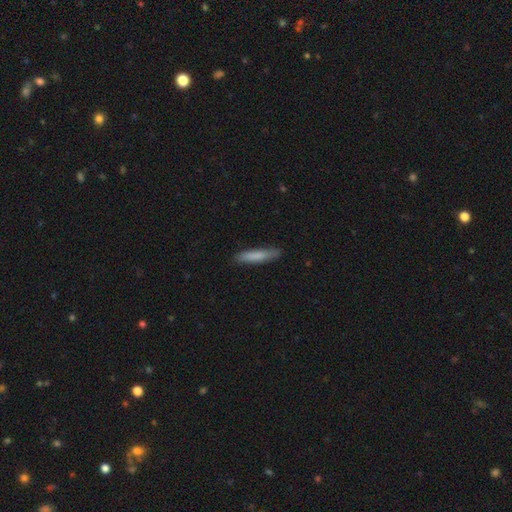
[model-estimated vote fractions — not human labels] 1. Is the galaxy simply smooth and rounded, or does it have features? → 80% smooth, 14% featured or disk, 6% star or artifact.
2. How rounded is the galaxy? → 89% cigar-shaped, 10% in between, 1% round.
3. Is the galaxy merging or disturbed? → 85% none, 12% minor disturbance, 2% major disturbance, 1% merger.